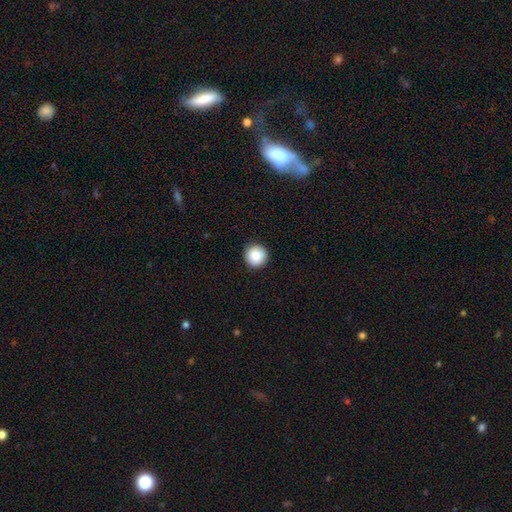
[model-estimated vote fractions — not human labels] smooth 88%, star or artifact 8%, featured or disk 4%. Down the decision tree: how rounded — round (96%); merging — none (93%).